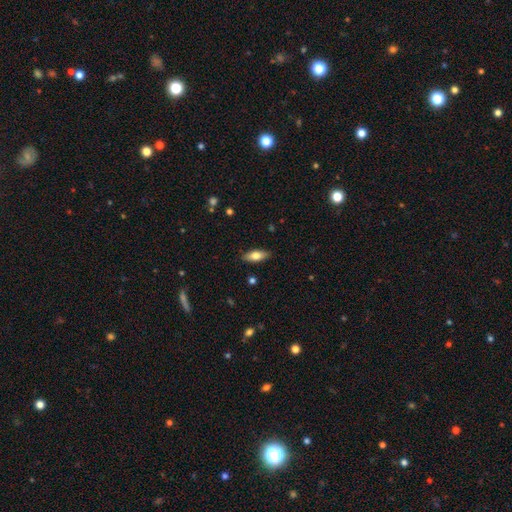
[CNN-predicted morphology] Smooth or featured: smooth — 69% (featured or disk — 25%)
How rounded: in between — 72% (cigar-shaped — 26%)
Merging: none — 87% (minor disturbance — 9%)